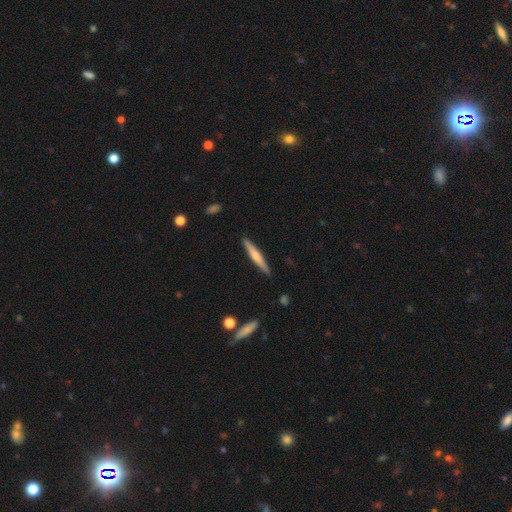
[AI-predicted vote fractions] This is possibly a smooth galaxy (51%). How rounded: clearly cigar-shaped (94%). Merging: clearly none (90%).